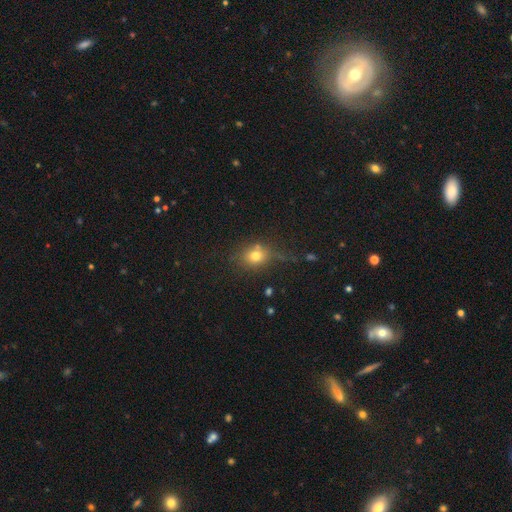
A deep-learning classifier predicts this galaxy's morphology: smooth 74%, star or artifact 14%, featured or disk 12%. Down the decision tree: how rounded — round (56%); merging — none (63%).